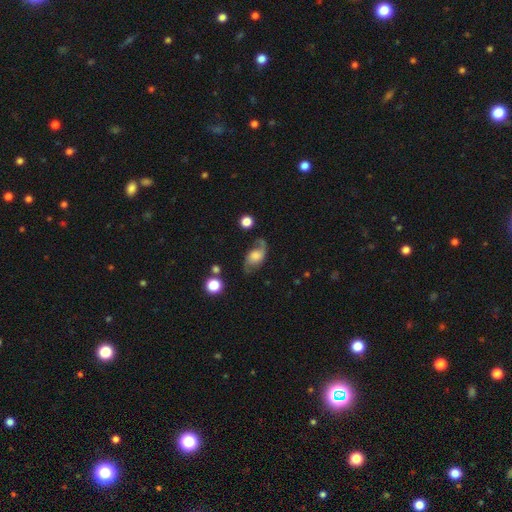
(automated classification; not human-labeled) The model was most divided on "bulge size": moderate: 30%, large: 26%, small: 23%, none: 16%, dominant: 6%. More confident: edge-on disk — no (95%); spiral arms — yes (93%); spiral arm count — 2 (86%); smooth or featured — featured or disk (71%); merging — none (64%); bar — no (63%); spiral winding — loose (59%).